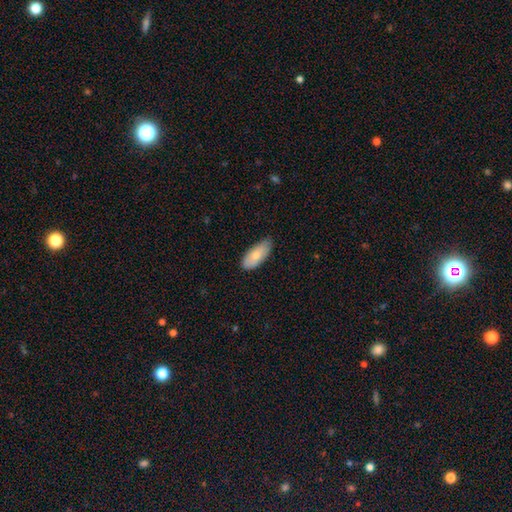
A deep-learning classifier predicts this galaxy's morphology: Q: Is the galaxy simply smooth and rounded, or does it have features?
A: smooth — 77%.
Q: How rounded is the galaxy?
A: in between — 87%.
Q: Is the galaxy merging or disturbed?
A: none — 78%.